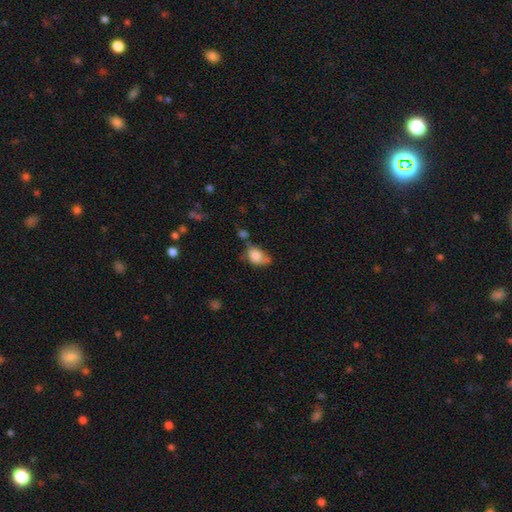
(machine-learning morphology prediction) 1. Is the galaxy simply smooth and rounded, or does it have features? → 80% smooth, 11% featured or disk, 9% star or artifact.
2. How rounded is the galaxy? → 74% in between, 24% round, 2% cigar-shaped.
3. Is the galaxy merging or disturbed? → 34% none (tied), 34% minor disturbance (tied), 18% merger, 14% major disturbance.